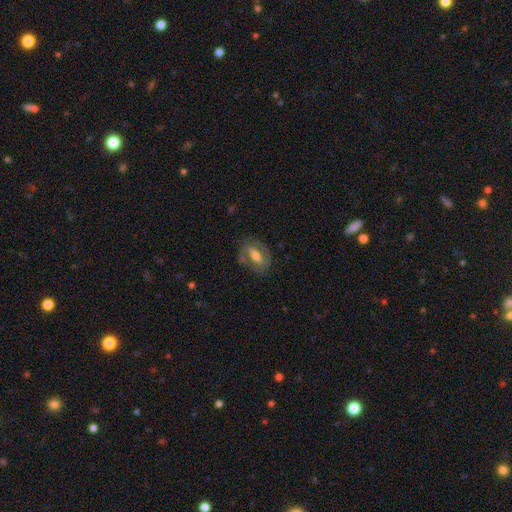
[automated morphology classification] smooth-or-featured: featured or disk: 66% | smooth: 27% | star or artifact: 7%
  disk-edge-on: no: 91% | yes: 9%
    bar: strong: 44% | weak: 32% | no: 24%
    has-spiral-arms: yes: 65% | no: 35%
    bulge-size: moderate: 55% | small: 25% | large: 15% | none: 3% | dominant: 2%
  merging: none: 72% | minor disturbance: 16% | major disturbance: 10% | merger: 2%